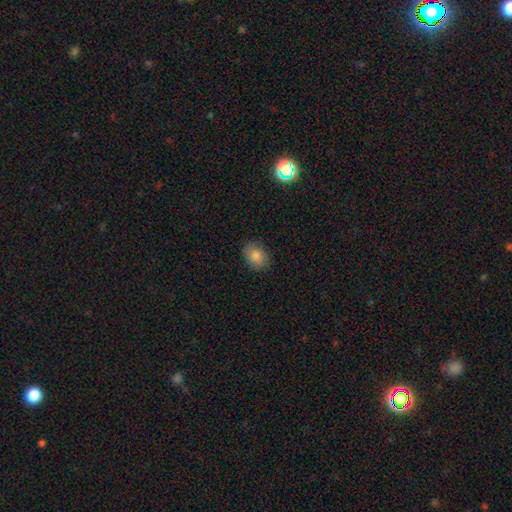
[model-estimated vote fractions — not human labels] The model was most divided on "how rounded": in between: 66%, round: 33%, cigar-shaped: 1%. More confident: merging — none (84%); smooth or featured — smooth (83%).